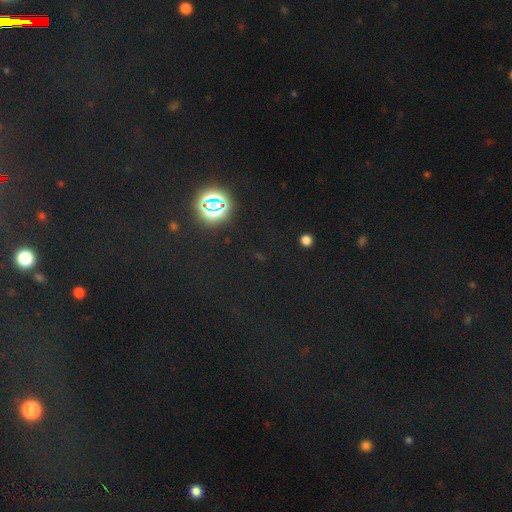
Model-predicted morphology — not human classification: smooth-or-featured: star or artifact: 65% | smooth: 29% | featured or disk: 6%